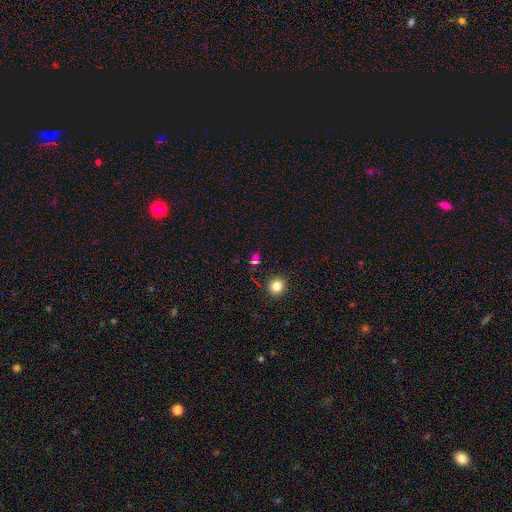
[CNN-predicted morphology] smooth-or-featured: smooth: 48% | star or artifact: 43% | featured or disk: 9%
  merging: none: 77% | minor disturbance: 10% | merger: 7% | major disturbance: 6%